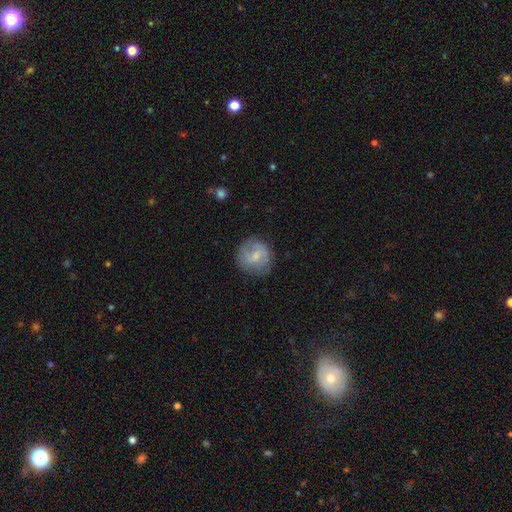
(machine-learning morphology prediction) Smooth or featured? Predicted: smooth (p=0.47). Merging? Predicted: none (p=0.76).